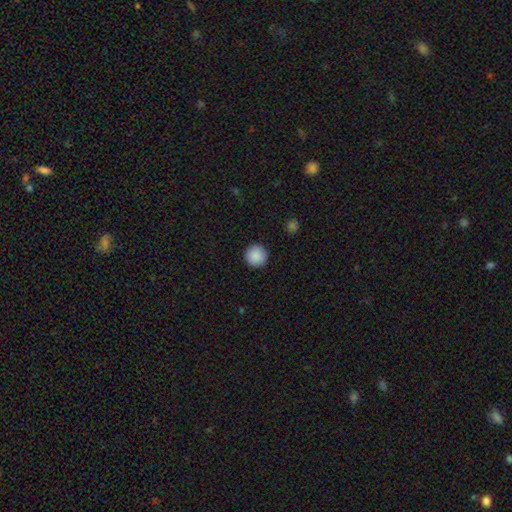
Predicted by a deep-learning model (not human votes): Smooth or featured? smooth (89%)
How rounded? round (96%)
Merging? none (93%)